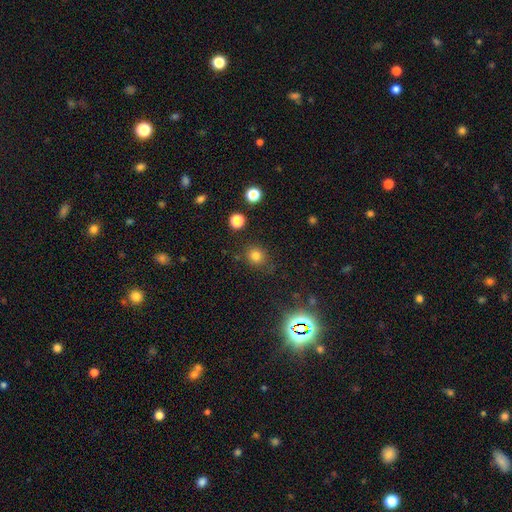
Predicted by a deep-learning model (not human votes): Smooth or featured: smooth — 78% (star or artifact — 17%)
How rounded: round — 85% (in between — 14%)
Merging: none — 81% (minor disturbance — 12%)